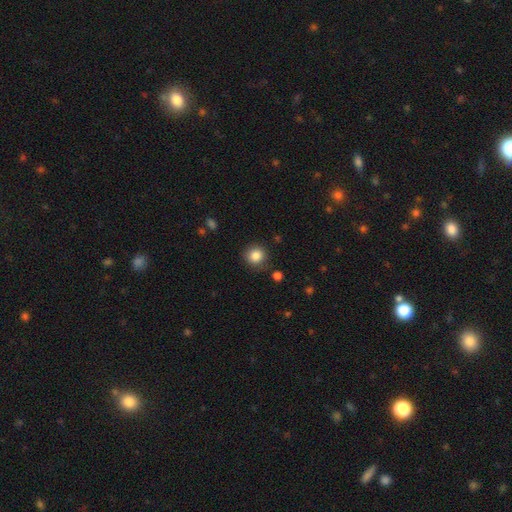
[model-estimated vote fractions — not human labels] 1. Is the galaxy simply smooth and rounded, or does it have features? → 84% smooth, 10% star or artifact, 5% featured or disk.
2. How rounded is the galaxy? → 91% round, 8% in between, 1% cigar-shaped.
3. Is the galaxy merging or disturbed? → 85% none, 9% minor disturbance, 3% major disturbance, 2% merger.